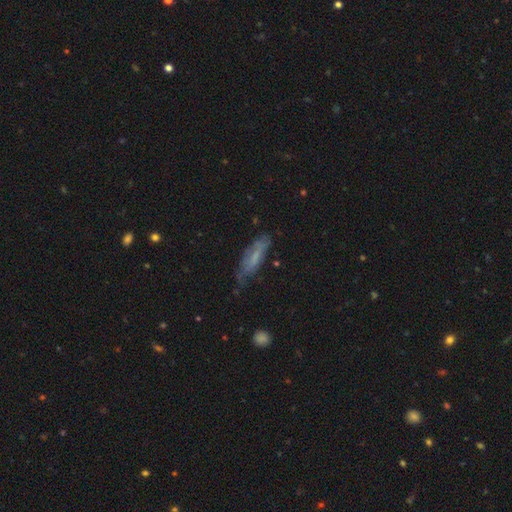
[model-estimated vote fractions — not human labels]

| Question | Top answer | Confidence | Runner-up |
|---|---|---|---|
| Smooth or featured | smooth | 49% | featured or disk (43%) |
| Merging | none | 56% | minor disturbance (31%) |